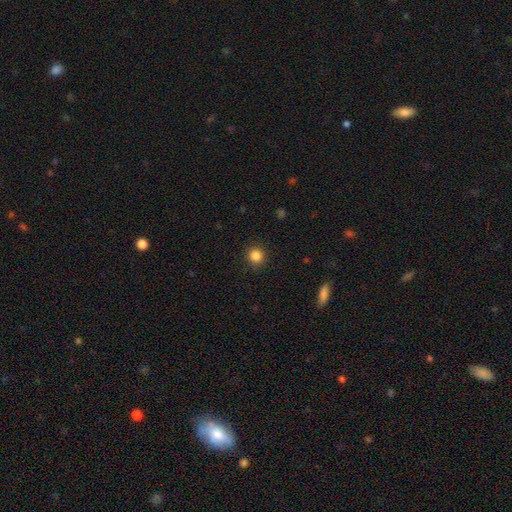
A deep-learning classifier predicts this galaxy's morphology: Smooth or featured? smooth (85%)
How rounded? round (91%)
Merging? none (91%)